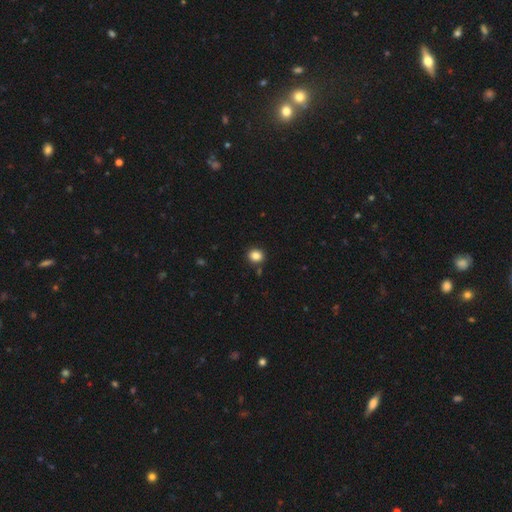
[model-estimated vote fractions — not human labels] Overall: smooth (84%). How rounded: round (74%). Merging: none (87%).